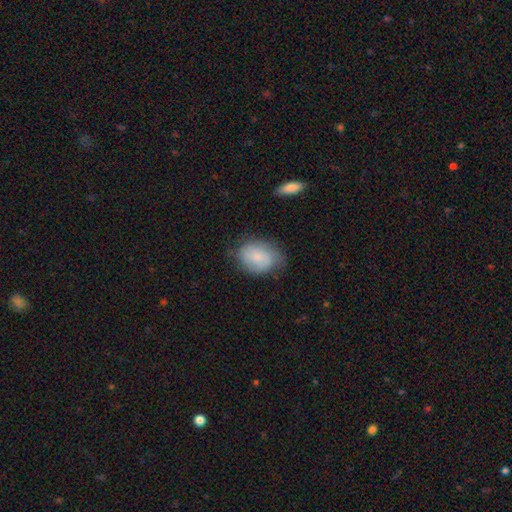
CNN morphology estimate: Smooth or featured? smooth (68%)
How rounded? in between (67%)
Merging? none (65%)